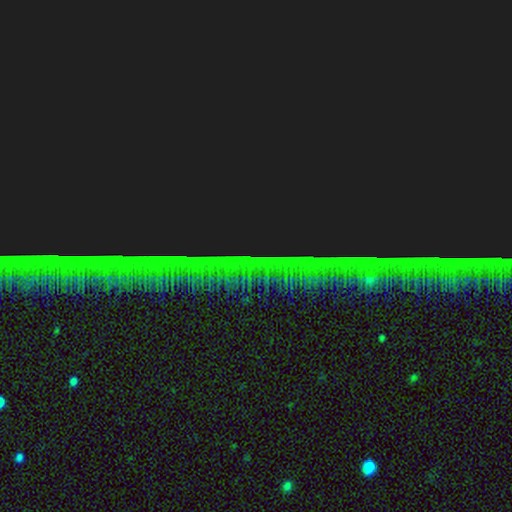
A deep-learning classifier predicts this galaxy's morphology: Q: Smooth or featured?
A: star or artifact (86%); runner-up: featured or disk (7%)